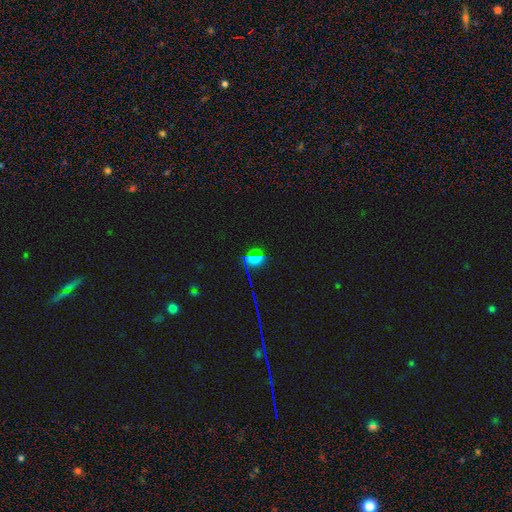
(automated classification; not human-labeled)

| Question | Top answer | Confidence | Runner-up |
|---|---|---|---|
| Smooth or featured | star or artifact | 54% | smooth (37%) |